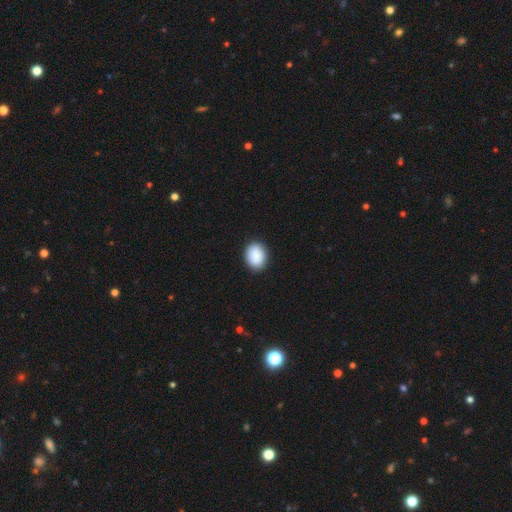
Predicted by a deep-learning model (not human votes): Smooth or featured? smooth (90%)
How rounded? in between (60%)
Merging? none (89%)